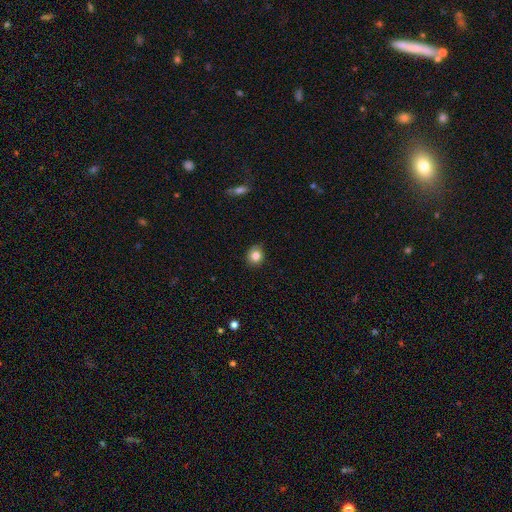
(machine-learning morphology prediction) smooth_or_featured: smooth (p=0.83) [alt: star or artifact p=0.10]
how_rounded: round (p=0.81) [alt: in between p=0.18]
merging: none (p=0.86) [alt: minor disturbance p=0.11]